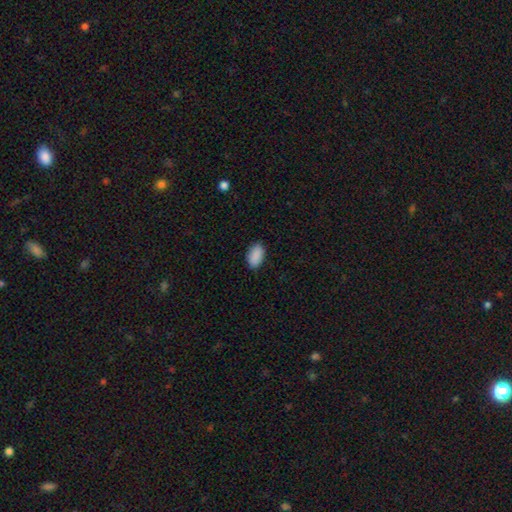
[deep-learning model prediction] smooth-or-featured: smooth: 90% | star or artifact: 7% | featured or disk: 3%
  how-rounded: in between: 93% | round: 4% | cigar-shaped: 2%
  merging: none: 86% | minor disturbance: 11% | major disturbance: 2% | merger: 1%